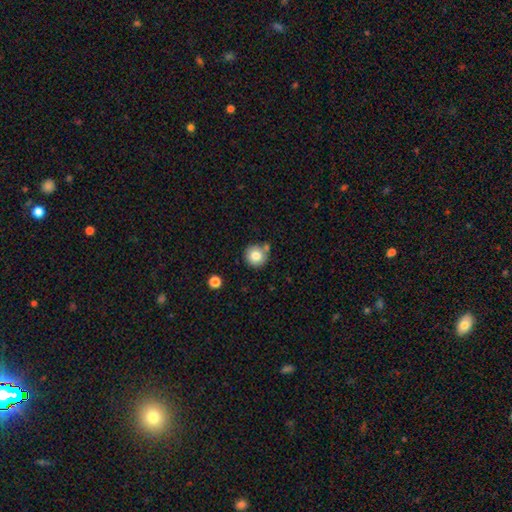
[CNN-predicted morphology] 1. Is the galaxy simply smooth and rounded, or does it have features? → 81% smooth, 10% star or artifact, 10% featured or disk.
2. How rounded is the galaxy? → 94% round, 5% in between, 1% cigar-shaped.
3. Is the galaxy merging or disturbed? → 76% none, 11% merger, 10% minor disturbance, 3% major disturbance.